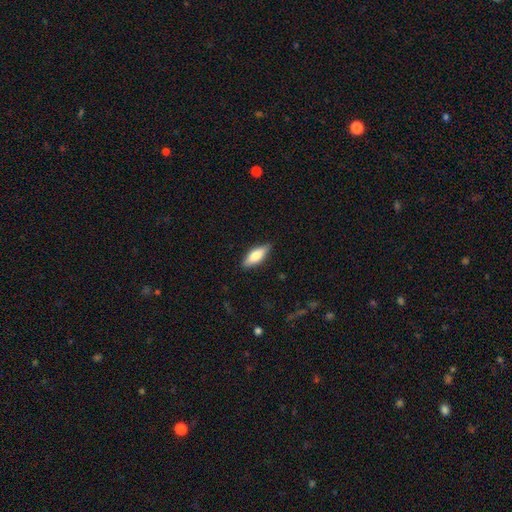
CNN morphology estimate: A smooth galaxy with no disk features (68%) that is in between round and cigar-shaped (66%).

Vote fractions:
- Smooth or featured? smooth: 68% / featured or disk: 26% / star or artifact: 6%
- How rounded? in between: 66% / cigar-shaped: 32% / round: 2%
- Merging? none: 86% / minor disturbance: 11% / major disturbance: 2% / merger: 1%